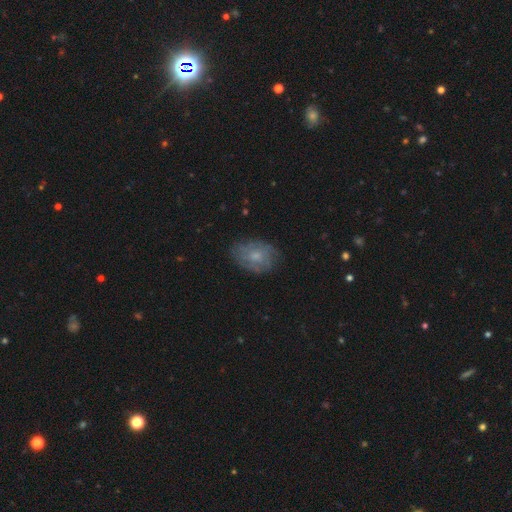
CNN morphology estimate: Smooth or featured: smooth — 47% (featured or disk — 45%)
Merging: none — 73% (minor disturbance — 19%)